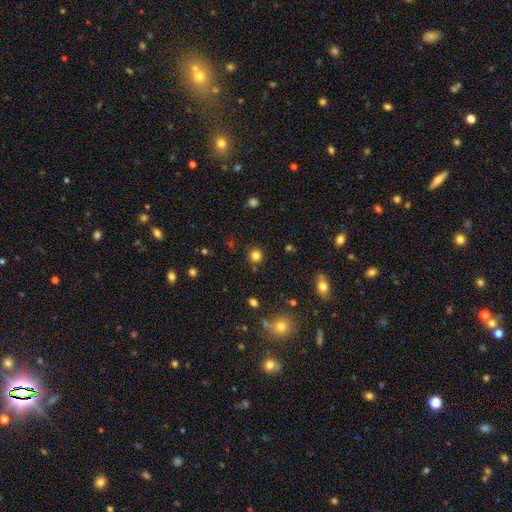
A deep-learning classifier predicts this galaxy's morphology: A smooth galaxy with no disk features (81%) that is round (93%). Merging: none (89%).